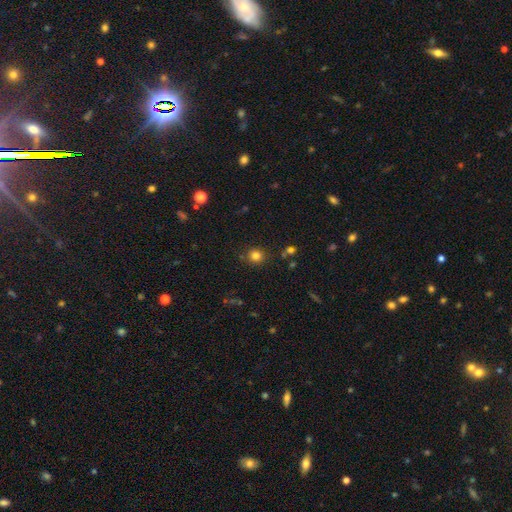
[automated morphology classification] A smooth galaxy with no disk features (80%) that is round (89%).

Vote fractions:
- Smooth or featured? smooth: 80% / star or artifact: 15% / featured or disk: 5%
- How rounded? round: 89% / in between: 10% / cigar-shaped: 1%
- Merging? none: 85% / minor disturbance: 9% / merger: 3% / major disturbance: 3%